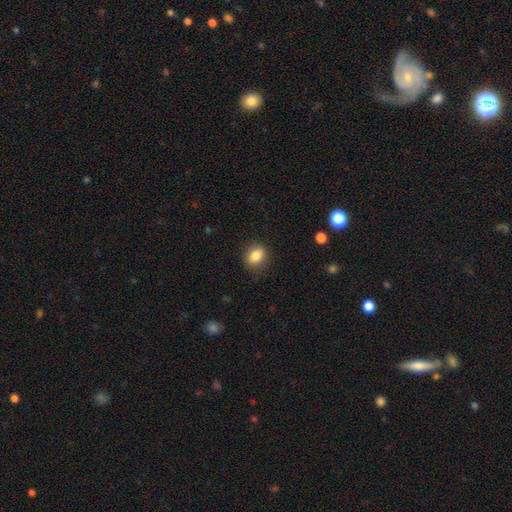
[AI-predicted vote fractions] smooth_or_featured: smooth (p=0.85) [alt: star or artifact p=0.09]
how_rounded: in between (p=0.52) [alt: round p=0.47]
merging: none (p=0.86) [alt: minor disturbance p=0.11]